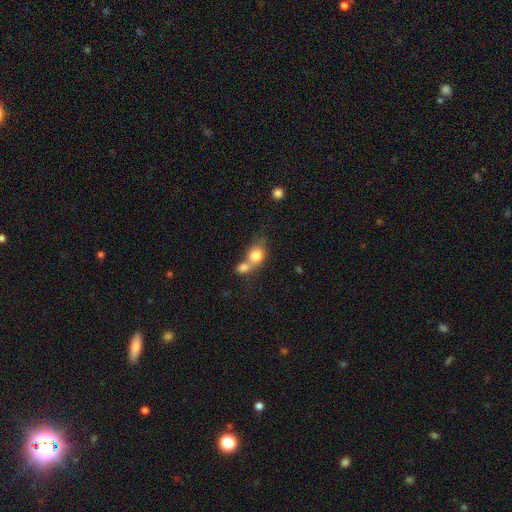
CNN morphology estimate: Q: Smooth or featured?
A: smooth (78%); runner-up: featured or disk (13%)
Q: How rounded?
A: round (60%); runner-up: in between (38%)
Q: Merging?
A: merger (66%); runner-up: none (23%)